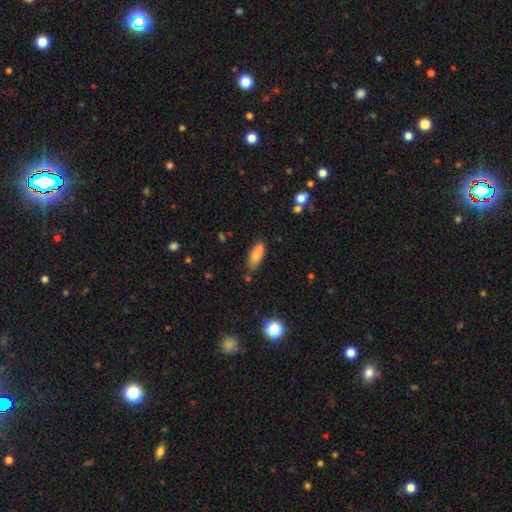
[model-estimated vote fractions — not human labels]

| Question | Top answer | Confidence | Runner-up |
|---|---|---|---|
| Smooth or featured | smooth | 74% | featured or disk (16%) |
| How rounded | in between | 75% | cigar-shaped (20%) |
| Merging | none | 54% | merger (24%) |